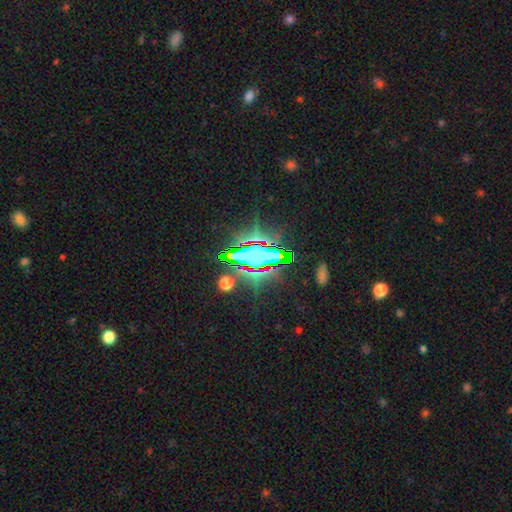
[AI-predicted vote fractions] smooth-or-featured: star or artifact: 72% | smooth: 14% | featured or disk: 13%